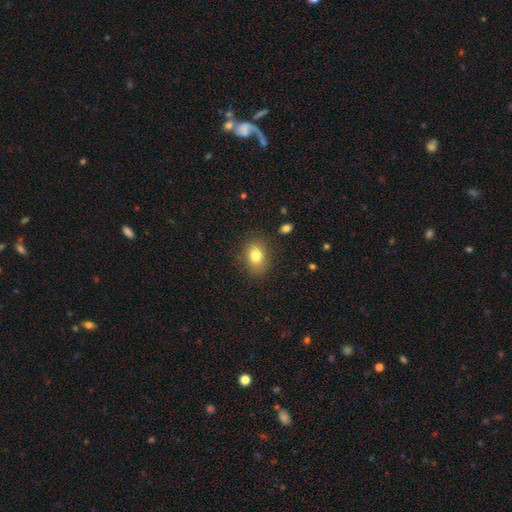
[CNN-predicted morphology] Overall: smooth (80%). How rounded: in between (70%). Merging: none (83%).